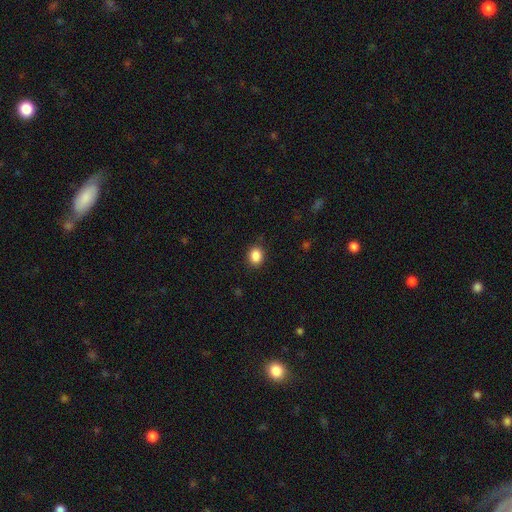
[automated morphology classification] The model was most divided on "how rounded": round: 60%, in between: 39%, cigar-shaped: 1%. More confident: smooth or featured — smooth (86%); merging — none (86%).